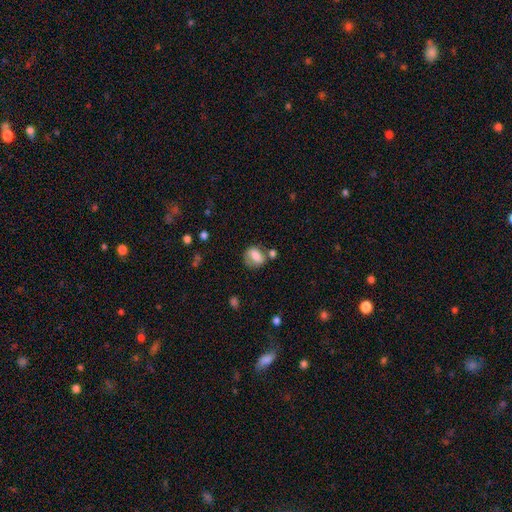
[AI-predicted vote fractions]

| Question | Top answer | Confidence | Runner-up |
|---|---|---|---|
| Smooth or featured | smooth | 64% | featured or disk (27%) |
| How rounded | in between | 52% | round (47%) |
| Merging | none | 52% | minor disturbance (23%) |